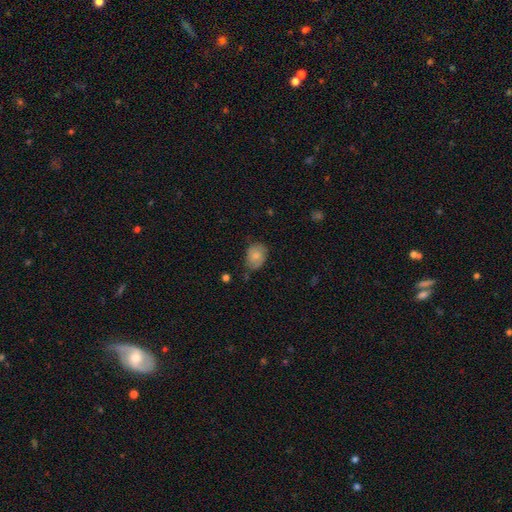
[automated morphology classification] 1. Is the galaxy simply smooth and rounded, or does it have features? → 74% smooth, 19% featured or disk, 7% star or artifact.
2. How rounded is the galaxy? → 61% in between, 38% round, 1% cigar-shaped.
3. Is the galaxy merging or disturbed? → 62% none, 30% minor disturbance, 6% major disturbance, 2% merger.